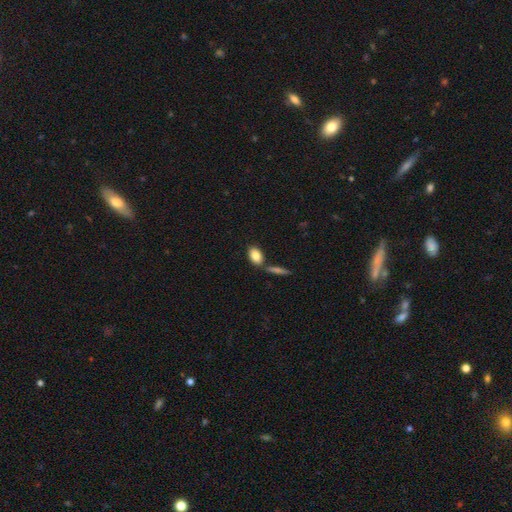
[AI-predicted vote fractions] Smooth or featured: smooth — 83% (featured or disk — 10%)
How rounded: in between — 86% (round — 10%)
Merging: none — 68% (merger — 17%)